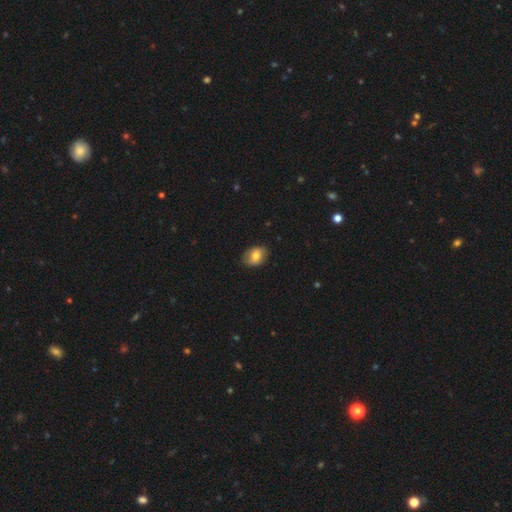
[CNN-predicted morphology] type=smooth (73%); roundness=in between (71%); merging=none (79%).